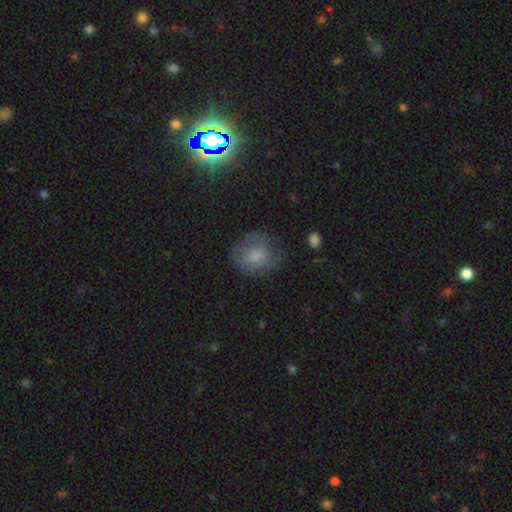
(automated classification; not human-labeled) The model was most divided on "merging": none: 63%, minor disturbance: 24%, major disturbance: 12%, merger: 2%. More confident: how rounded — round (76%); smooth or featured — smooth (71%).